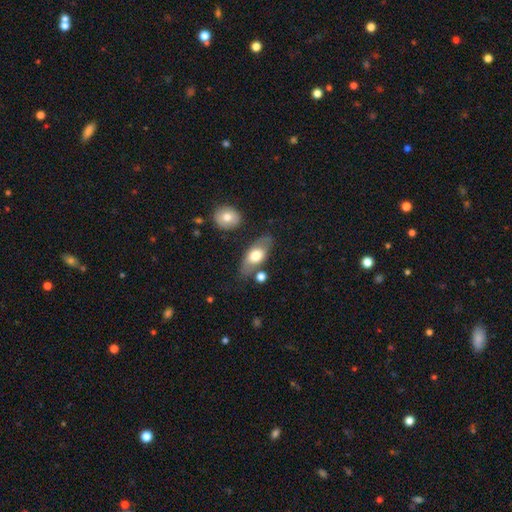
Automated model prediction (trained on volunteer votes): Overall: smooth (63%; featured or disk 32%). How rounded: in between (86%). Merging: none (68%).